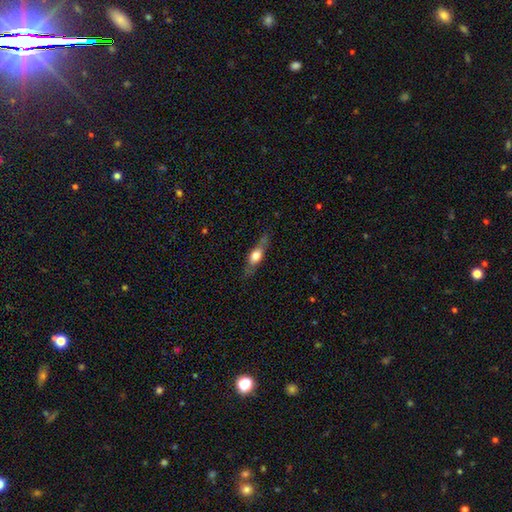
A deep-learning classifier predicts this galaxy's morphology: Smooth or featured: smooth — 49% (featured or disk — 44%)
Merging: none — 71% (minor disturbance — 20%)